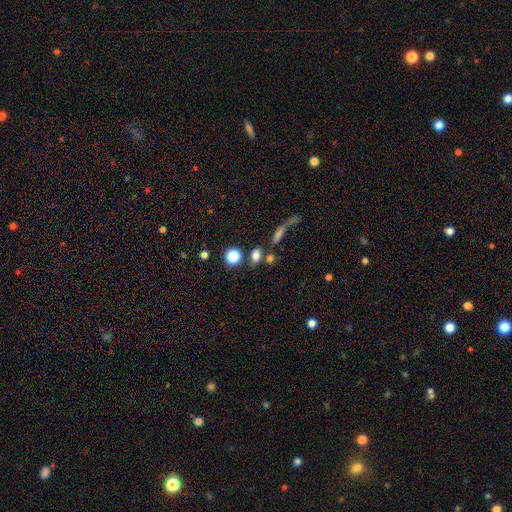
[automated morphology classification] Smooth or featured? Predicted: smooth (p=0.74). How rounded? Predicted: in between (p=0.60). Merging? Predicted: none (p=0.61).